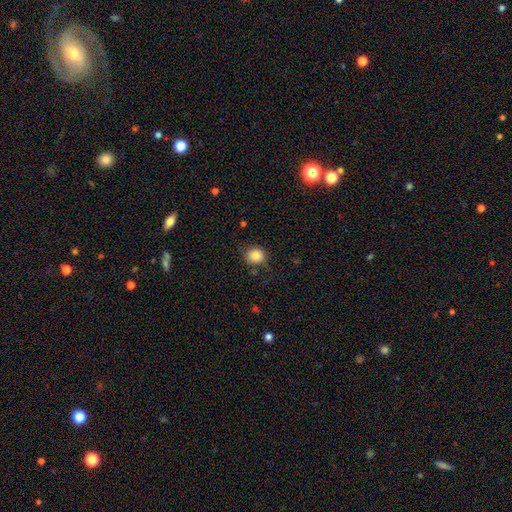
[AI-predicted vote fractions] Q: Smooth or featured?
A: smooth (84%); runner-up: star or artifact (10%)
Q: How rounded?
A: round (78%); runner-up: in between (21%)
Q: Merging?
A: none (78%); runner-up: minor disturbance (16%)